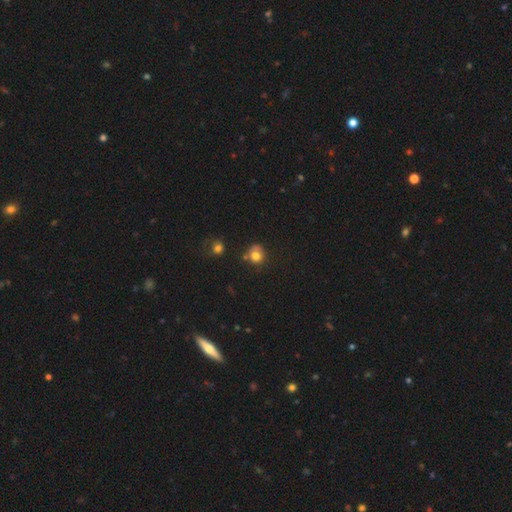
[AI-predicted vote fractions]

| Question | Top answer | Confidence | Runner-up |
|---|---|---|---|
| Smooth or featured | smooth | 77% | star or artifact (13%) |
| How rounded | round | 81% | in between (18%) |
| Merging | none | 58% | minor disturbance (22%) |